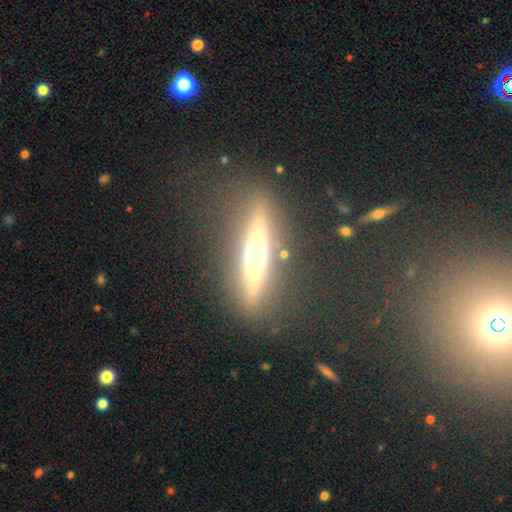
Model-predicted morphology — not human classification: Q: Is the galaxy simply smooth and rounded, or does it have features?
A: featured or disk — 63%.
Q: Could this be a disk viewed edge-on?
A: yes — 90%.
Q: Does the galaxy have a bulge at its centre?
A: rounded — 82%.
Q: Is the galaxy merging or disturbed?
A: none — 84%.